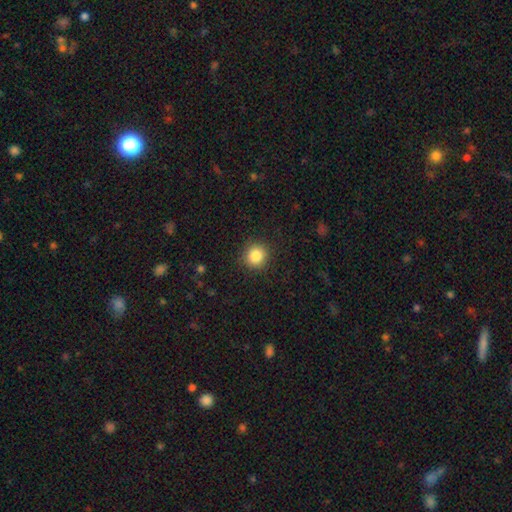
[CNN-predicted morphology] Q: Smooth or featured?
A: smooth (85%); runner-up: star or artifact (10%)
Q: How rounded?
A: round (92%); runner-up: in between (7%)
Q: Merging?
A: none (90%); runner-up: minor disturbance (6%)